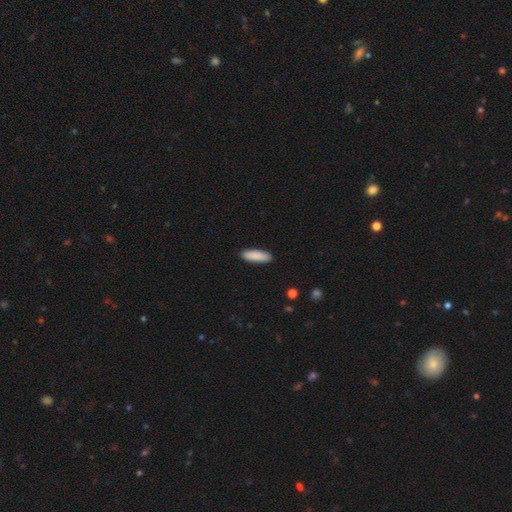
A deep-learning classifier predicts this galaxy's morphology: Q: Smooth or featured?
A: smooth (89%); runner-up: star or artifact (6%)
Q: How rounded?
A: in between (51%); runner-up: cigar-shaped (47%)
Q: Merging?
A: none (89%); runner-up: minor disturbance (8%)